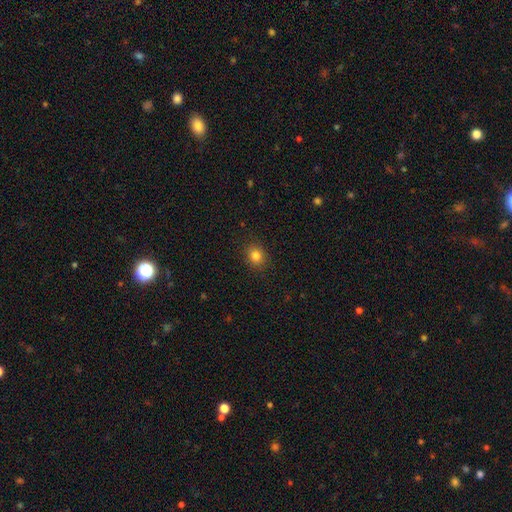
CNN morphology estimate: A smooth galaxy with no disk features (83%) that is round (70%). Merging: none (90%).